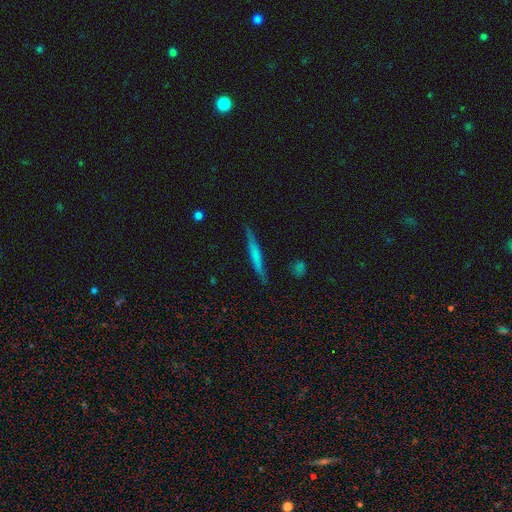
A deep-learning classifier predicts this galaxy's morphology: Q: Smooth or featured?
A: smooth (51%); runner-up: featured or disk (43%)
Q: How rounded?
A: cigar-shaped (95%); runner-up: in between (3%)
Q: Merging?
A: none (87%); runner-up: minor disturbance (9%)